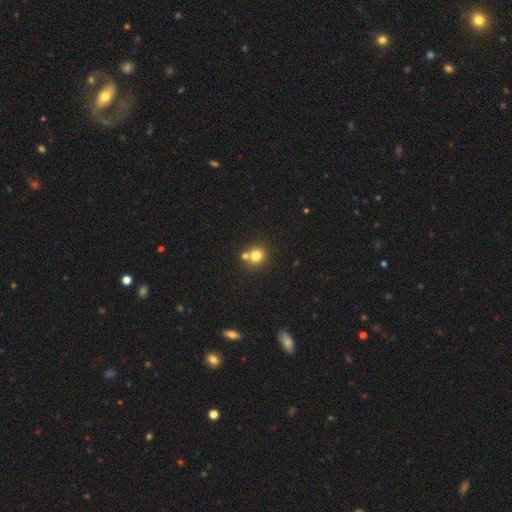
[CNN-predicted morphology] smooth-or-featured: smooth: 77% | star or artifact: 14% | featured or disk: 9%
  how-rounded: round: 87% | in between: 12% | cigar-shaped: 1%
  merging: none: 61% | merger: 29% | minor disturbance: 7% | major disturbance: 2%